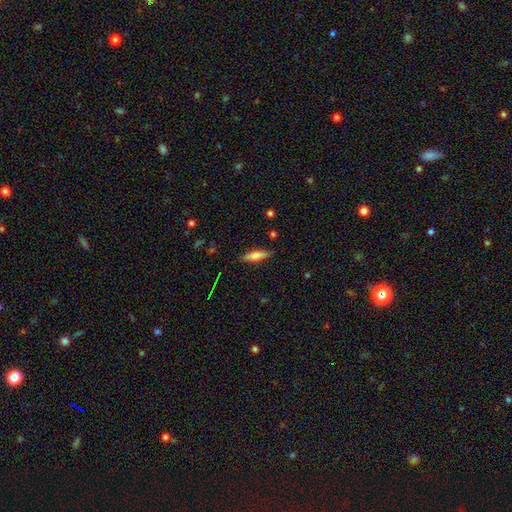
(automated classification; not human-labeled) Smooth or featured? smooth (62%)
How rounded? cigar-shaped (73%)
Merging? none (86%)